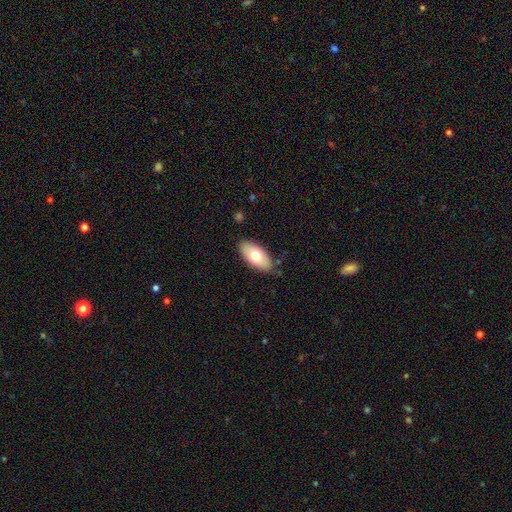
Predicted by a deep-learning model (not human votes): A smooth galaxy with no disk features (71%) that is in between round and cigar-shaped (93%).

Vote fractions:
- Smooth or featured? smooth: 71% / featured or disk: 23% / star or artifact: 6%
- How rounded? in between: 93% / cigar-shaped: 4% / round: 3%
- Merging? none: 82% / minor disturbance: 14% / major disturbance: 3% / merger: 2%